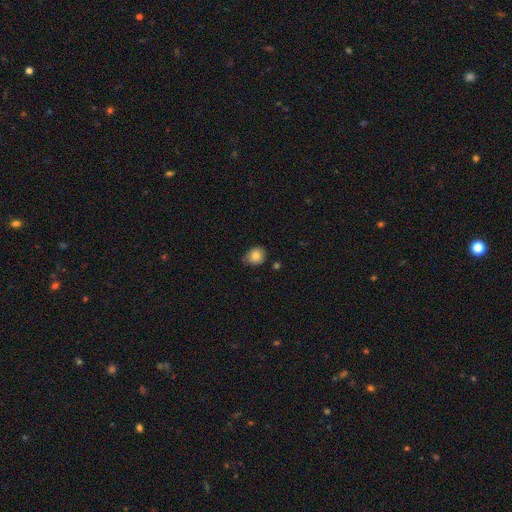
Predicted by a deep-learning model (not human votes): A smooth galaxy with no disk features (82%) that is round (66%). Merging: none (66%).